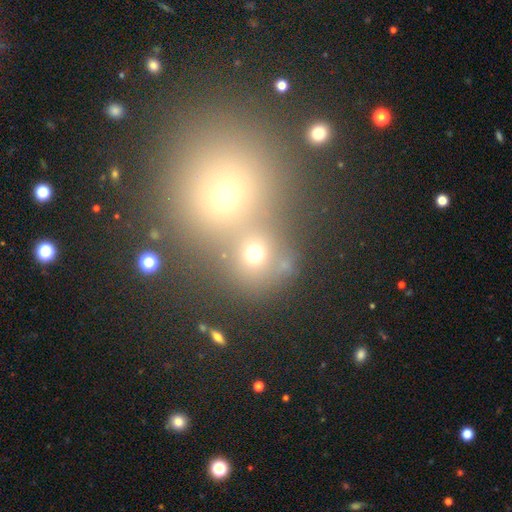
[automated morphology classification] A smooth galaxy with no disk features (61%) that is round (86%).

Vote fractions:
- Smooth or featured? smooth: 61% / star or artifact: 28% / featured or disk: 11%
- How rounded? round: 86% / in between: 13% / cigar-shaped: 1%
- Merging? none: 46% / merger: 45% / minor disturbance: 6% / major disturbance: 3%